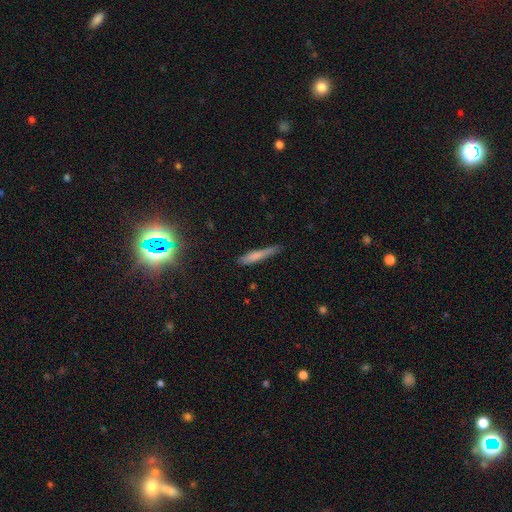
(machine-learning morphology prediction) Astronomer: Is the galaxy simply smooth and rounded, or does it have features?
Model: smooth — 70%.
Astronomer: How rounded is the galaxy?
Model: cigar-shaped — 91%.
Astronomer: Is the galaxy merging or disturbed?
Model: none — 67%.